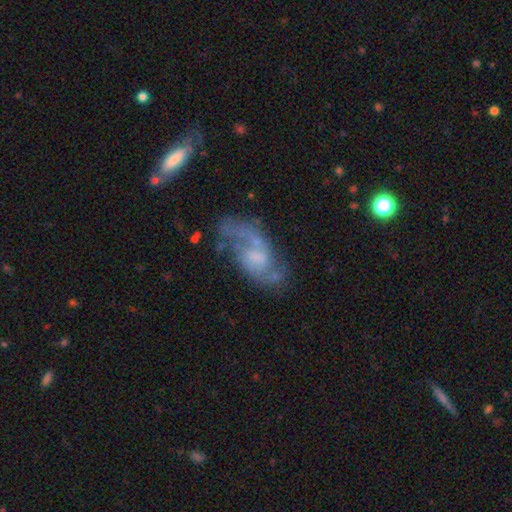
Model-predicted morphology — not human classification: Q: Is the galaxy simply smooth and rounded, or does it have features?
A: featured or disk — 81%.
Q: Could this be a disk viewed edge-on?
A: no — 96%.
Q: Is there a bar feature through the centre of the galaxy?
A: weak — 48%.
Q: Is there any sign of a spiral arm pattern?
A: yes — 91%.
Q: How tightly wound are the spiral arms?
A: loose — 46%.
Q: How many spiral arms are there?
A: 2 — 81%.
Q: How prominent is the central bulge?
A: none — 33%.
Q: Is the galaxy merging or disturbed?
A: none — 57%.